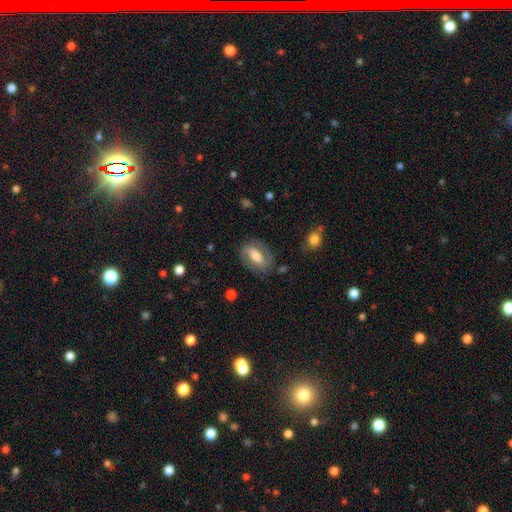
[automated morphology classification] A featured or disk galaxy (51%).

Vote fractions:
- Smooth or featured? featured or disk: 51% / smooth: 42% / star or artifact: 7%
- Edge-on disk? no: 92% / yes: 8%
- Merging? none: 76% / minor disturbance: 15% / major disturbance: 7% / merger: 2%